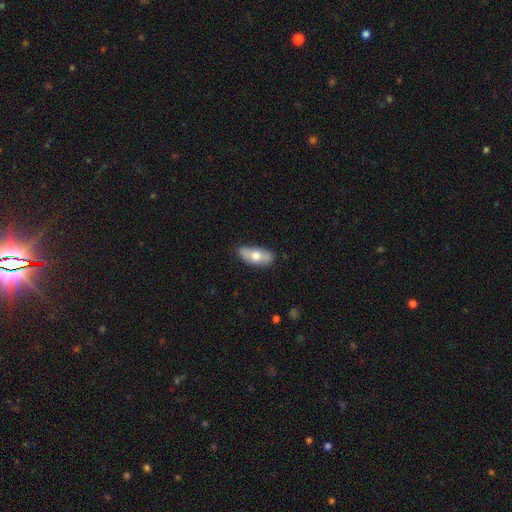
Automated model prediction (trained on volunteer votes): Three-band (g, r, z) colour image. It shows a smooth galaxy with no disk features (65%) that is in between round and cigar-shaped (86%). Merging: none (75%).